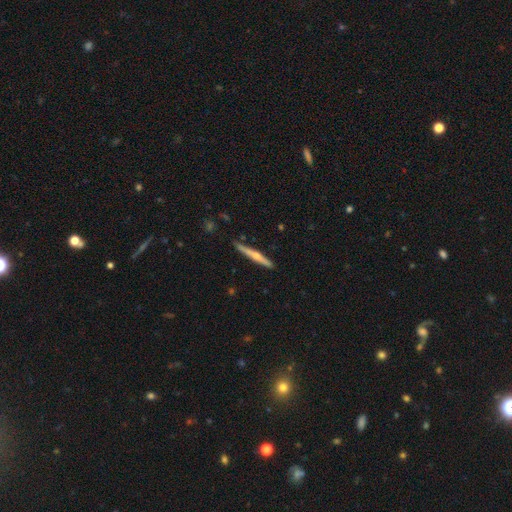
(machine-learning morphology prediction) smooth-or-featured: featured or disk: 57% | smooth: 38% | star or artifact: 5%
  disk-edge-on: yes: 97% | no: 3%
    edge-on-bulge: rounded: 77% | none: 18% | boxy: 6%
  merging: none: 87% | minor disturbance: 10% | merger: 2% | major disturbance: 2%